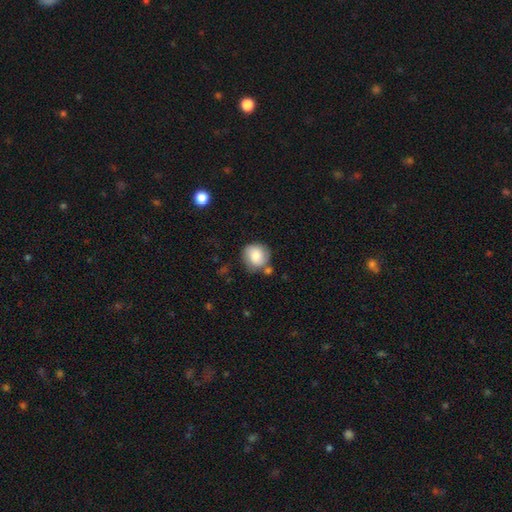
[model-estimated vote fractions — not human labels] The model was most divided on "merging": none: 66%, minor disturbance: 19%, merger: 10%, major disturbance: 5%. More confident: how rounded — round (86%); smooth or featured — smooth (79%).